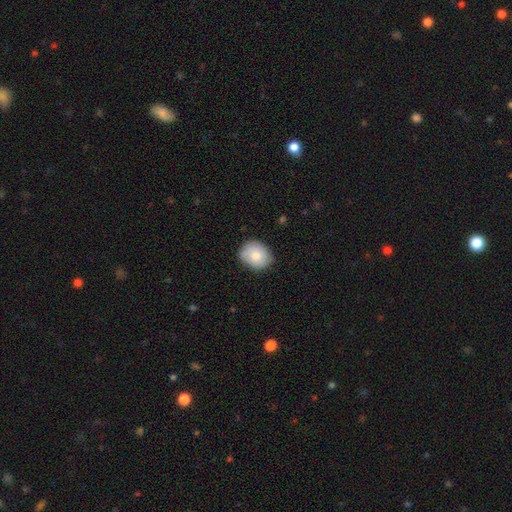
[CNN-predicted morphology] Smooth or featured? smooth (79%)
How rounded? round (62%)
Merging? none (74%)